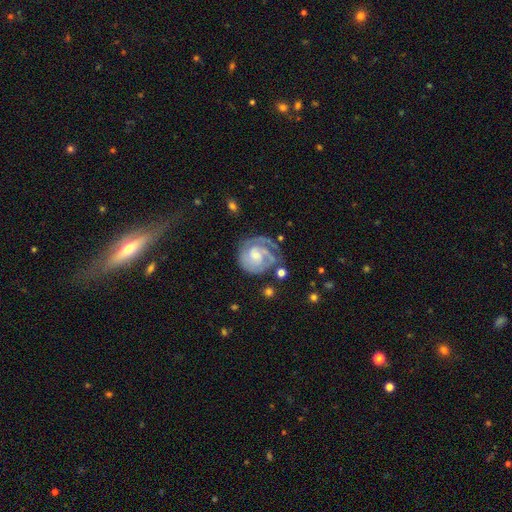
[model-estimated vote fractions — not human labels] Q: Smooth or featured?
A: featured or disk (77%); runner-up: smooth (17%)
Q: Edge-on disk?
A: no (98%); runner-up: yes (2%)
Q: Bar?
A: no (62%); runner-up: weak (32%)
Q: Spiral arms?
A: yes (91%); runner-up: no (9%)
Q: Spiral winding?
A: tight (66%); runner-up: medium (26%)
Q: Spiral arm count?
A: 2 (34%); runner-up: can't tell (25%)
Q: Bulge size?
A: small (41%); runner-up: moderate (40%)
Q: Merging?
A: none (56%); runner-up: minor disturbance (22%)